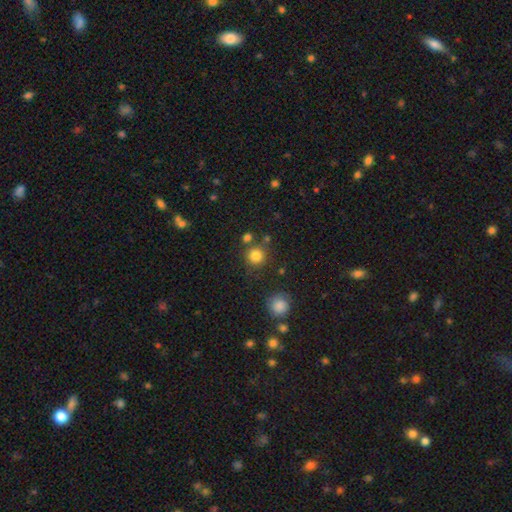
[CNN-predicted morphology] smooth_or_featured: smooth (p=0.82) [alt: star or artifact p=0.13]
how_rounded: round (p=0.93) [alt: in between p=0.06]
merging: none (p=0.78) [alt: merger p=0.09]